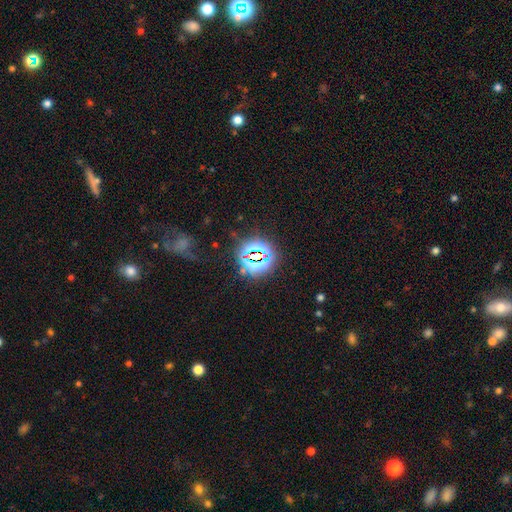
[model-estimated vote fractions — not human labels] Smooth or featured?
  - star or artifact: 75% *
  - smooth: 16%
  - featured or disk: 9%